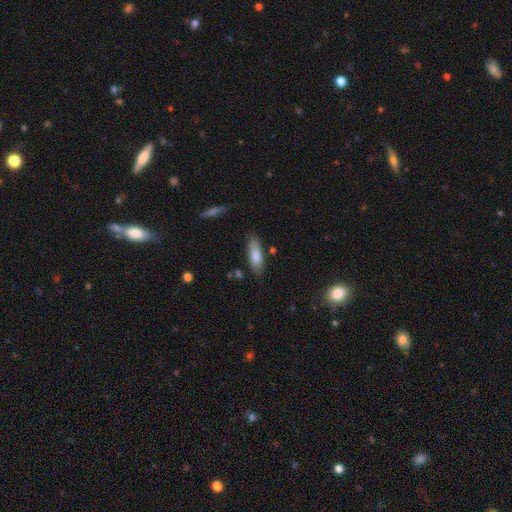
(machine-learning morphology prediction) Smooth or featured? Predicted: smooth (p=0.80). How rounded? Predicted: in between (p=0.56). Merging? Predicted: none (p=0.80).